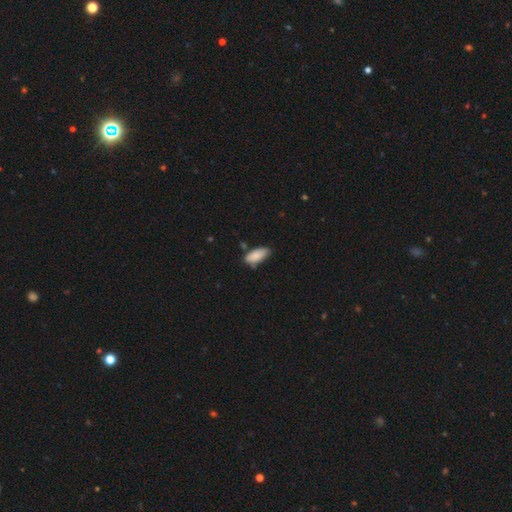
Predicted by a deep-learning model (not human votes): Smooth or featured?
  - smooth: 88% *
  - star or artifact: 6%
  - featured or disk: 6%
How rounded?
  - in between: 86% *
  - cigar-shaped: 12%
  - round: 2%
Merging?
  - none: 71% *
  - minor disturbance: 22%
  - merger: 4%
  - major disturbance: 3%